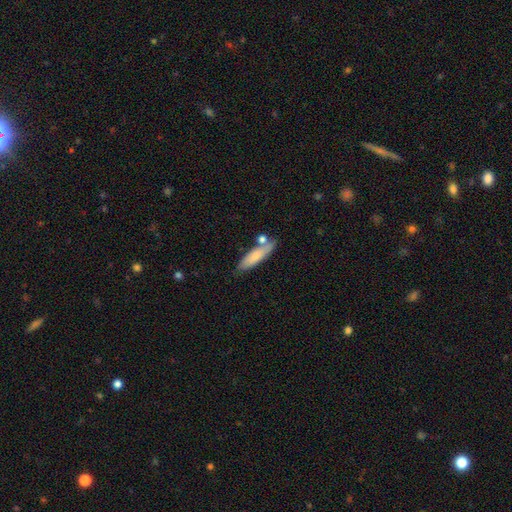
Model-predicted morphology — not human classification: A smooth galaxy with no disk features (73%) that is cigar-shaped (67%). Merging: none (68%).